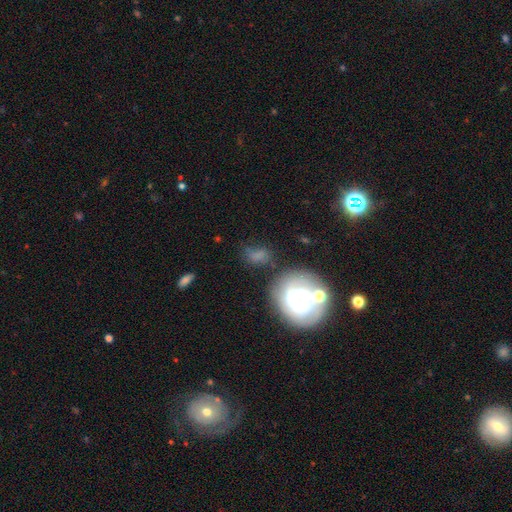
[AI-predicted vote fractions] smooth-or-featured: featured or disk: 45% | smooth: 41% | star or artifact: 14%
  merging: none: 56% | minor disturbance: 19% | merger: 14% | major disturbance: 11%